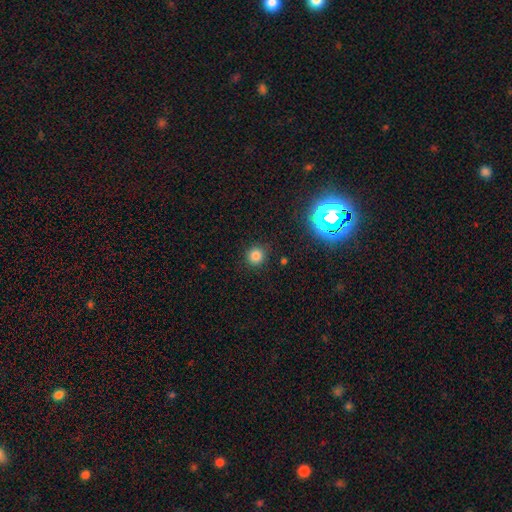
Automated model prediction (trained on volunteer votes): Smooth or featured: smooth — 80% (star or artifact — 15%)
How rounded: round — 90% (in between — 9%)
Merging: none — 88% (minor disturbance — 7%)